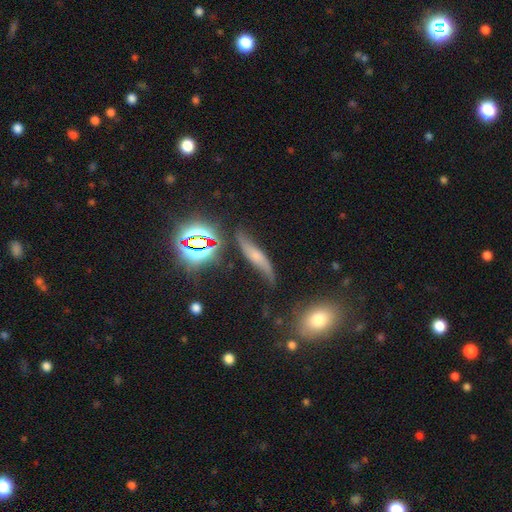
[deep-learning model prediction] Smooth or featured? featured or disk (48%)
Merging? none (61%)